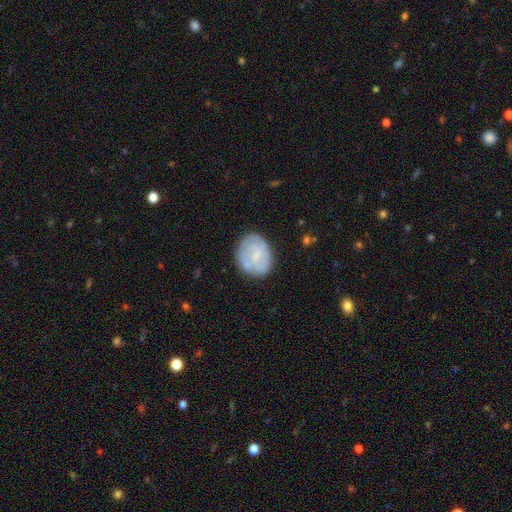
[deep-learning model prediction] Smooth or featured? Predicted: smooth (p=0.48). Merging? Predicted: none (p=0.71).